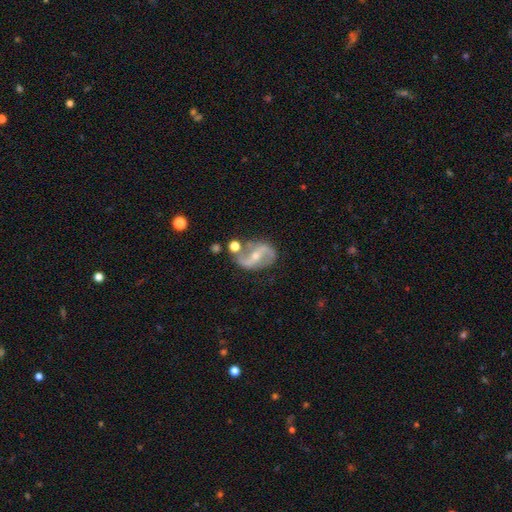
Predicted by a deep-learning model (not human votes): The model was most divided on "bar": strong: 46%, weak: 31%, no: 24%. More confident: edge-on disk — no (97%); spiral arms — yes (92%); spiral arm count — 2 (92%); smooth or featured — featured or disk (86%); merging — none (70%); spiral winding — loose (62%); bulge size — small (56%).